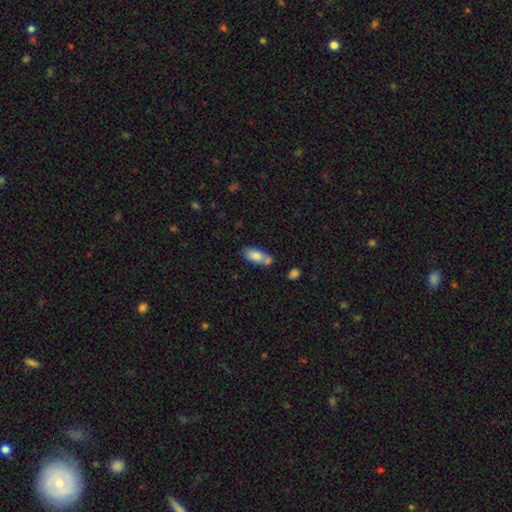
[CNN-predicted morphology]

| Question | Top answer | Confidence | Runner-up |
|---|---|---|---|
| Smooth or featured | smooth | 78% | featured or disk (15%) |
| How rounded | in between | 86% | cigar-shaped (11%) |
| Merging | none | 49% | merger (28%) |